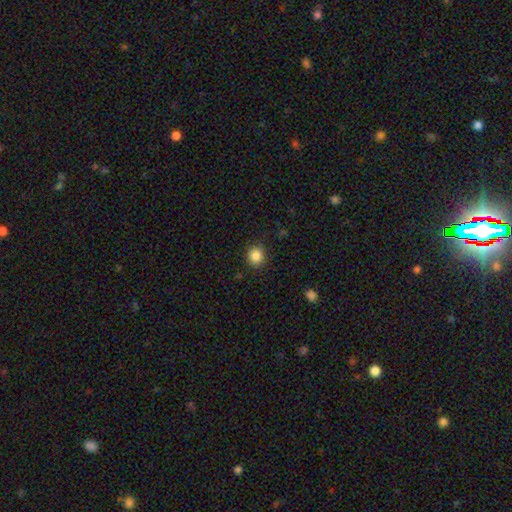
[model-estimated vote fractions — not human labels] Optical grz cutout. It shows a smooth galaxy with no disk features (86%) that is round (87%). Merging: none (89%).